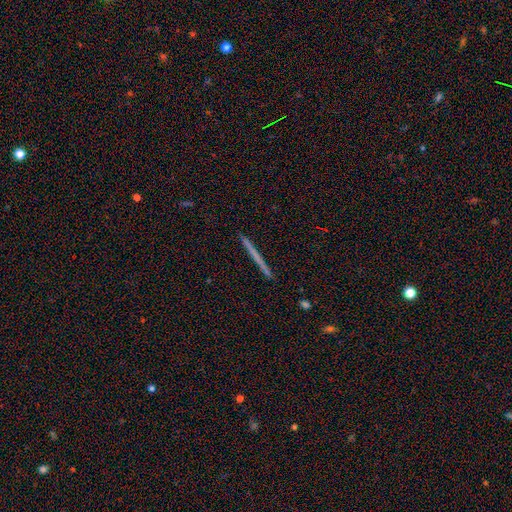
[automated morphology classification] Q: Smooth or featured?
A: smooth (49%); runner-up: featured or disk (43%)
Q: Merging?
A: none (92%); runner-up: minor disturbance (6%)